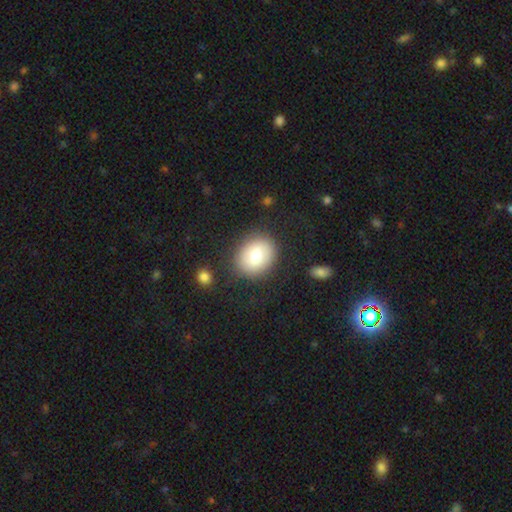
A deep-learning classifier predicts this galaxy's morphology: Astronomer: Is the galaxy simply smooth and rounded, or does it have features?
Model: smooth — 73%.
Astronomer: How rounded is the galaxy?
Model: round — 52% (runner-up: in between, 47%).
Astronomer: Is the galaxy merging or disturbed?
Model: none — 82%.